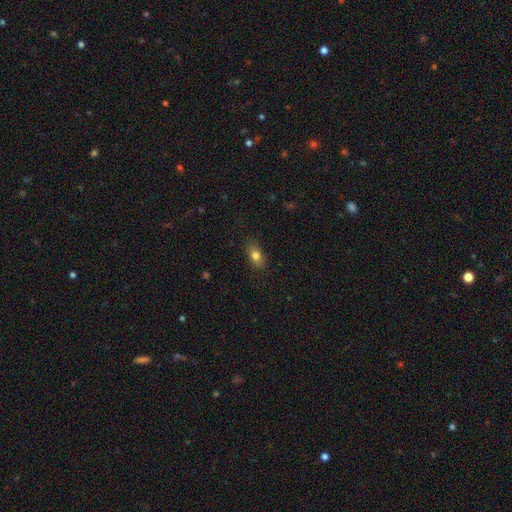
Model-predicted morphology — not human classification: Smooth or featured? Predicted: smooth (p=0.79). How rounded? Predicted: in between (p=0.82). Merging? Predicted: none (p=0.84).